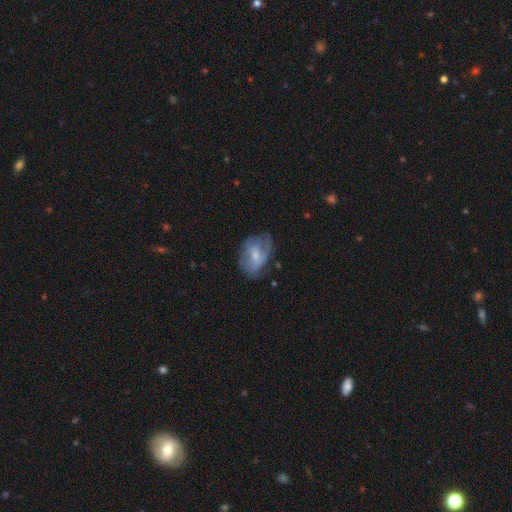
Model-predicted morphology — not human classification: This appears to be a featured or disk galaxy (64%) with a weak bar (46%), spiral arms (79%) and a small central bulge (50%). Merging: none (54%).